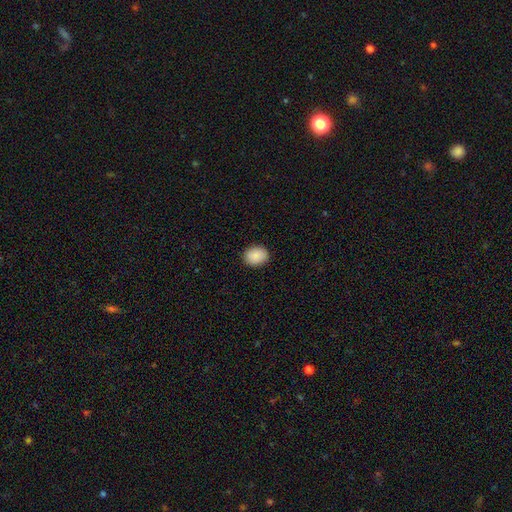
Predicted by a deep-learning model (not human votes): Smooth or featured? smooth (89%)
How rounded? in between (52%)
Merging? none (90%)